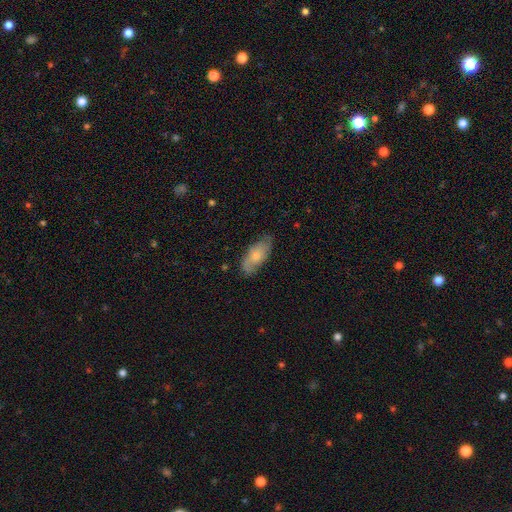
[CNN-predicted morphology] Overall: smooth (59%; featured or disk 35%). How rounded: in between (85%). Merging: none (72%).